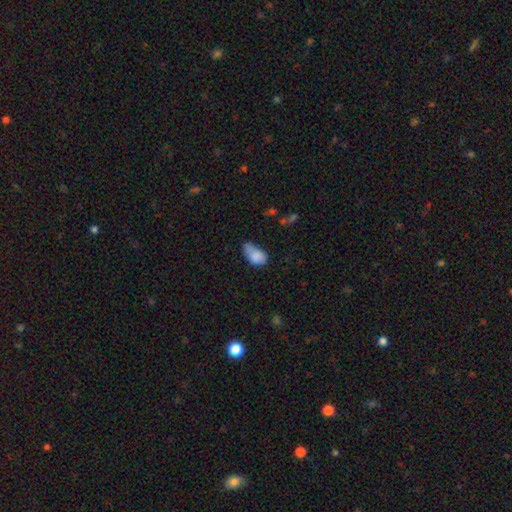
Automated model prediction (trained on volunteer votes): Smooth or featured?
  - smooth: 81% *
  - featured or disk: 10%
  - star or artifact: 9%
How rounded?
  - in between: 89% *
  - round: 9%
  - cigar-shaped: 2%
Merging?
  - minor disturbance: 42% *
  - none: 29%
  - major disturbance: 19%
  - merger: 10%